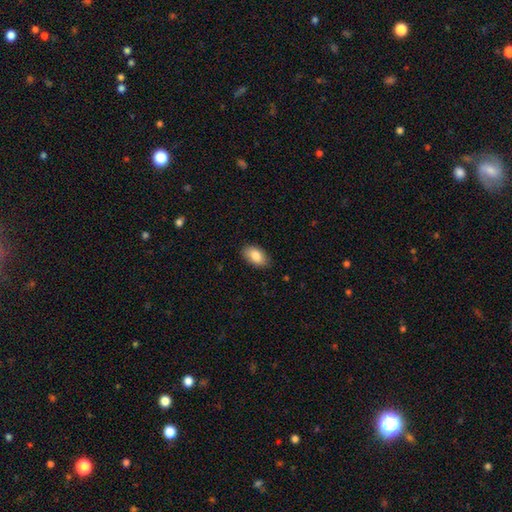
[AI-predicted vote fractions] This appears to be a smooth galaxy with no disk features (86%) that is in between round and cigar-shaped (94%). Merging: none (87%).